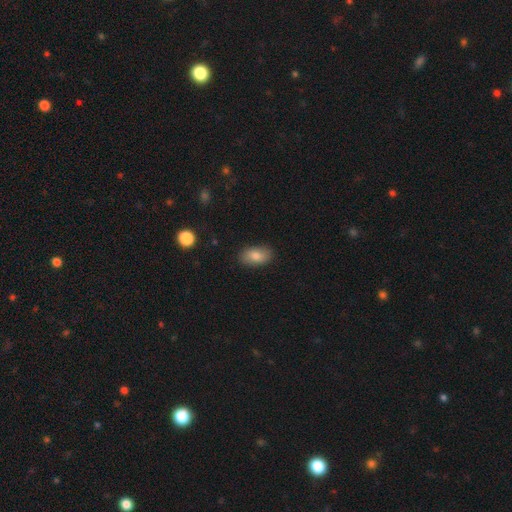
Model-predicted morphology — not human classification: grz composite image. It shows a smooth galaxy with no disk features (83%) that is in between round and cigar-shaped (92%). Merging: none (86%).